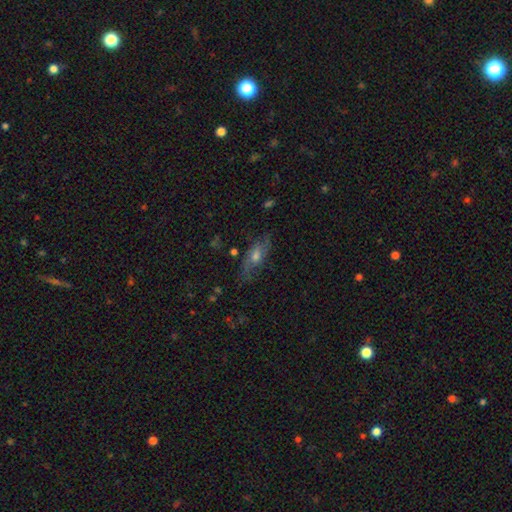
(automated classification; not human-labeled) featured or disk 57%, smooth 30%, star or artifact 13%. Down the decision tree: edge-on disk — no (75%); merging — none (71%).